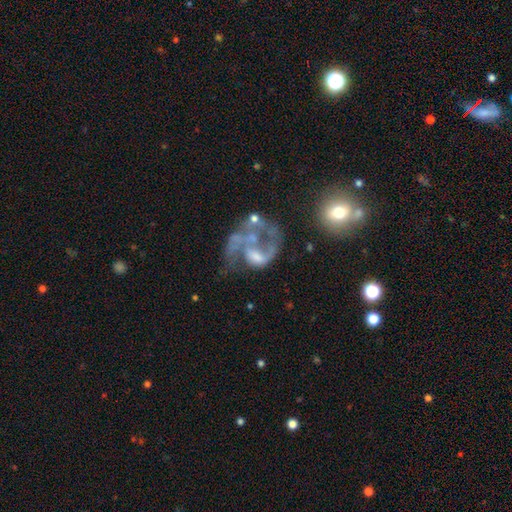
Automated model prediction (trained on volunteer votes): A featured or disk galaxy (75%) with no bar (68%), spiral arms (59%) and no central bulge (44%). Merging: major disturbance (43%).